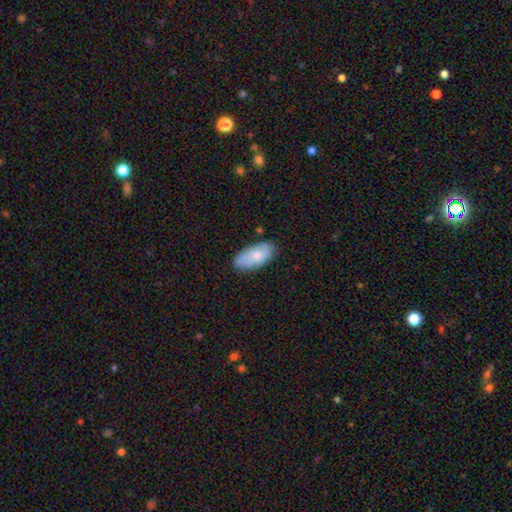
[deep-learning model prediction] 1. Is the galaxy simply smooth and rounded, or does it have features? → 75% smooth, 18% featured or disk, 6% star or artifact.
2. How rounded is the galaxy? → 91% in between, 6% cigar-shaped, 3% round.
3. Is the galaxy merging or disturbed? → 73% none, 21% minor disturbance, 4% major disturbance, 3% merger.